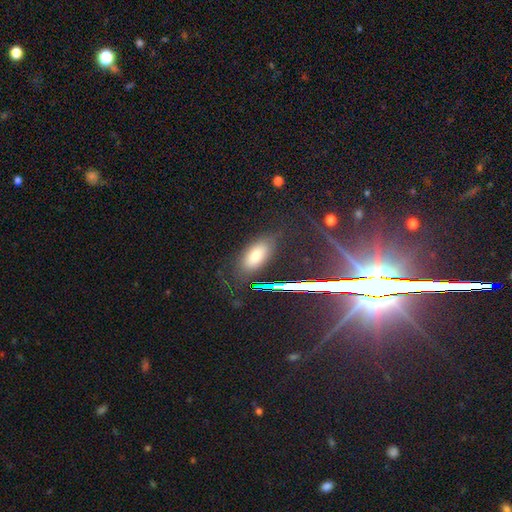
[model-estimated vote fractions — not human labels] Smooth or featured: smooth — 62% (star or artifact — 21%)
How rounded: in between — 89% (cigar-shaped — 7%)
Merging: none — 77% (minor disturbance — 15%)